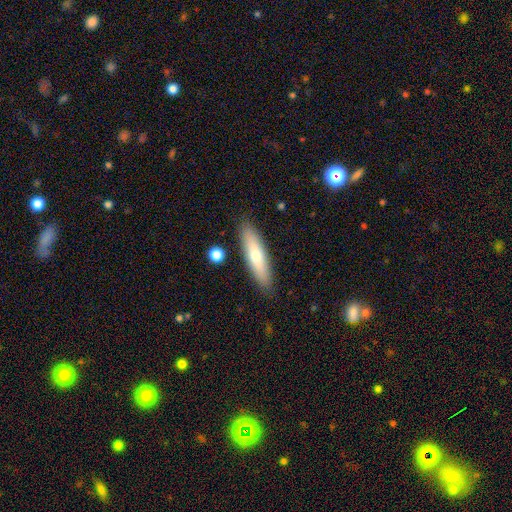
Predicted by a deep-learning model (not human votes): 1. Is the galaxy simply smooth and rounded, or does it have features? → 61% smooth, 33% featured or disk, 7% star or artifact.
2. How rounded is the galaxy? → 76% cigar-shaped, 23% in between, 2% round.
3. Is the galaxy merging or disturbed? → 89% none, 8% minor disturbance, 2% major disturbance, 2% merger.